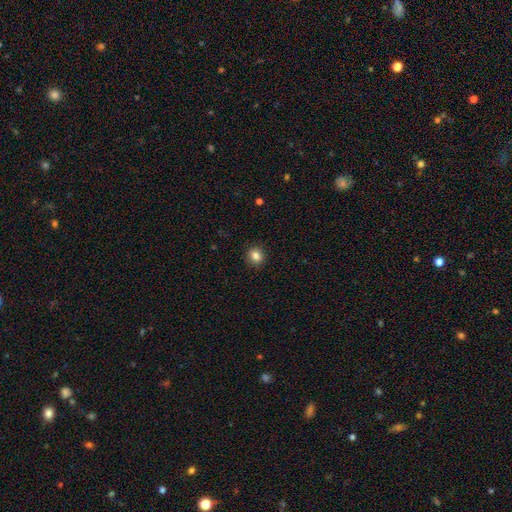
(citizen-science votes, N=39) smooth 97%, star or artifact 3%, featured or disk 0%. Down the decision tree: how rounded — round (89%); merging — none (100%).